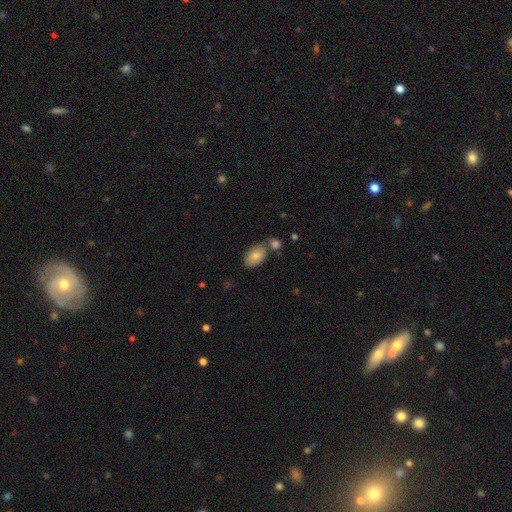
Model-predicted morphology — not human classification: smooth_or_featured: smooth (p=0.82) [alt: featured or disk p=0.12]
how_rounded: in between (p=0.91) [alt: round p=0.07]
merging: none (p=0.58) [alt: merger p=0.22]